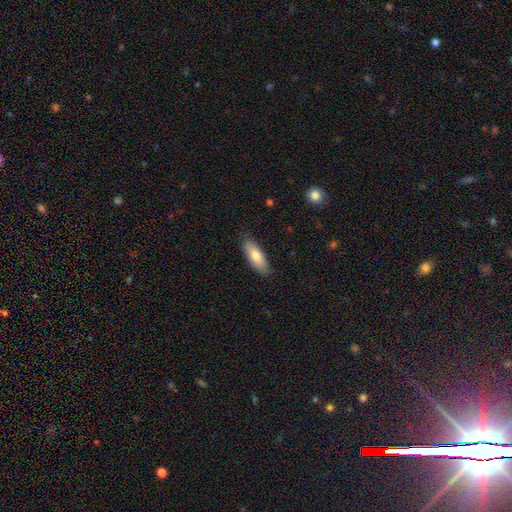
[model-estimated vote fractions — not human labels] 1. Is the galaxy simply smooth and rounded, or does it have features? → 77% smooth, 17% featured or disk, 6% star or artifact.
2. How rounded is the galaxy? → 73% in between, 25% cigar-shaped, 2% round.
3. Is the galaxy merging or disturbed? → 83% none, 13% minor disturbance, 2% major disturbance, 1% merger.